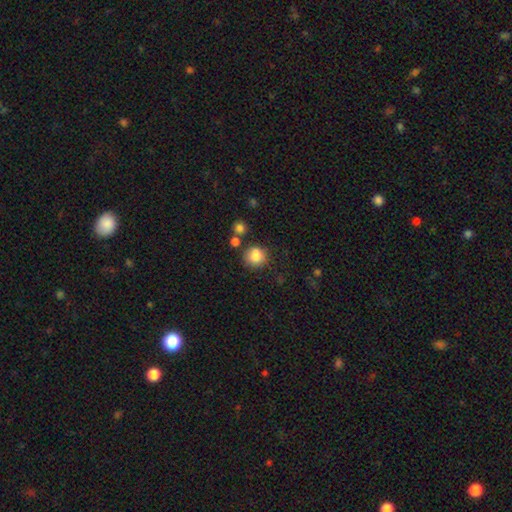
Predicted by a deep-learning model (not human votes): A smooth galaxy with no disk features (83%) that is round (88%).

Vote fractions:
- Smooth or featured? smooth: 83% / star or artifact: 10% / featured or disk: 6%
- How rounded? round: 88% / in between: 11% / cigar-shaped: 1%
- Merging? none: 74% / minor disturbance: 14% / merger: 9% / major disturbance: 4%